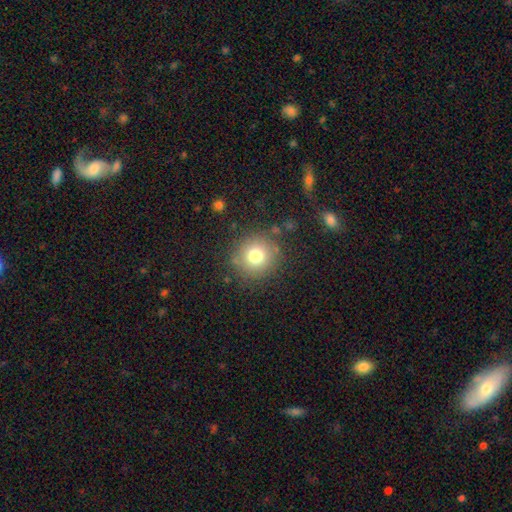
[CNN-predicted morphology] smooth-or-featured: smooth: 76% | star or artifact: 13% | featured or disk: 11%
  how-rounded: round: 94% | in between: 5% | cigar-shaped: 1%
  merging: none: 84% | minor disturbance: 9% | major disturbance: 4% | merger: 2%